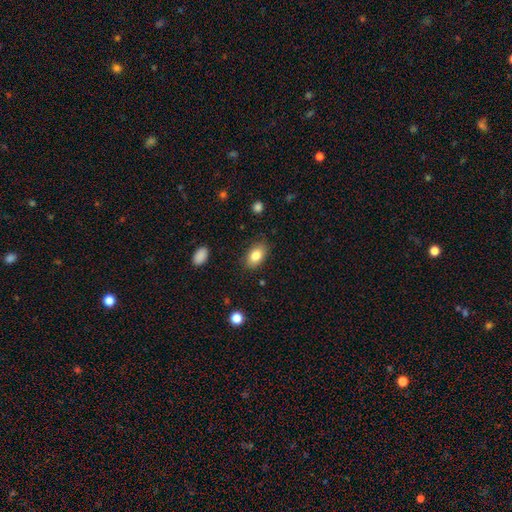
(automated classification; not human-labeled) This is clearly a smooth galaxy (83%). How rounded: clearly in between (90%). Merging: clearly none (84%).